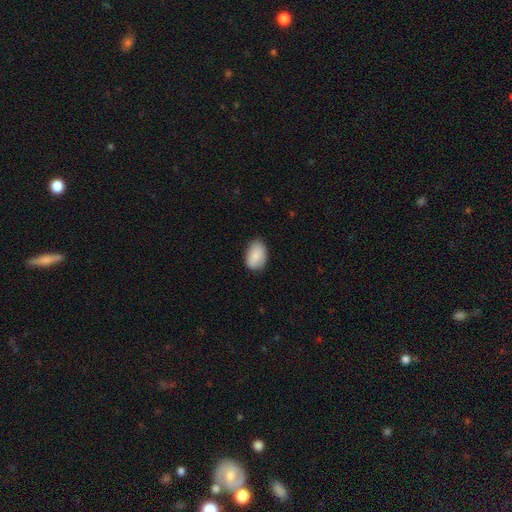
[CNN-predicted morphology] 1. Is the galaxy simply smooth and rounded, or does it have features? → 86% smooth, 7% featured or disk, 6% star or artifact.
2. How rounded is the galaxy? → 88% in between, 10% round, 1% cigar-shaped.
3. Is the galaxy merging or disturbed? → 80% none, 16% minor disturbance, 3% major disturbance, 1% merger.